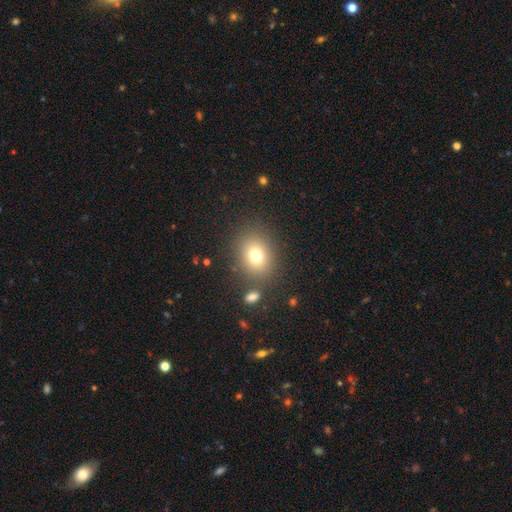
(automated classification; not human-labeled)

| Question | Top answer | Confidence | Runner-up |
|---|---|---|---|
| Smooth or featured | smooth | 76% | star or artifact (13%) |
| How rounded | round | 54% | in between (46%) |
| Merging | none | 80% | minor disturbance (10%) |